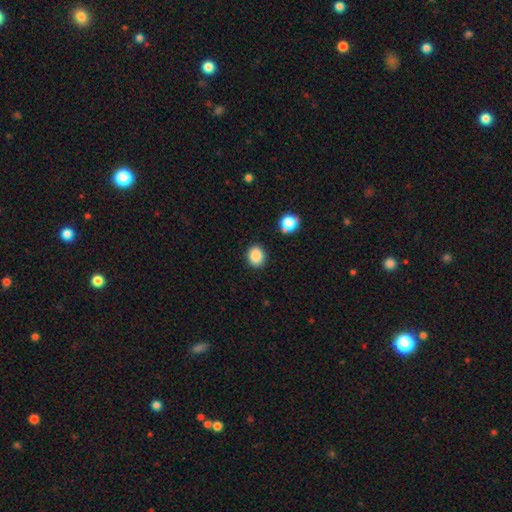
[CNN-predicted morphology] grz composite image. It shows a smooth galaxy with no disk features (86%) that is round (63%). Merging: none (87%).